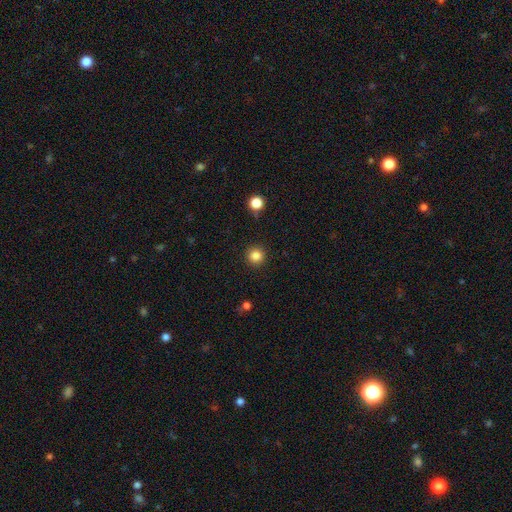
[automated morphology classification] smooth 85%, star or artifact 11%, featured or disk 4%. Down the decision tree: how rounded — round (96%); merging — none (92%).